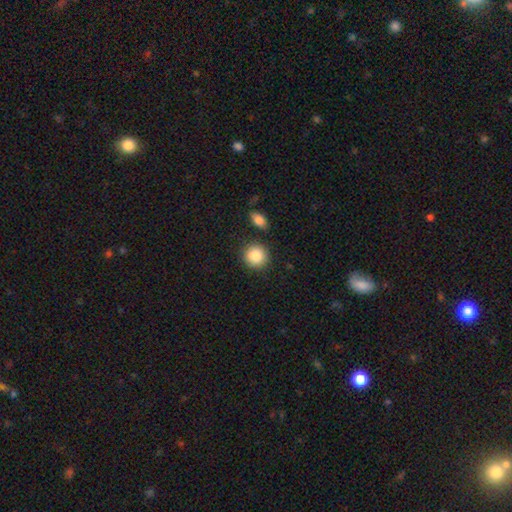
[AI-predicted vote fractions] Smooth or featured? smooth (85%)
How rounded? round (91%)
Merging? none (85%)